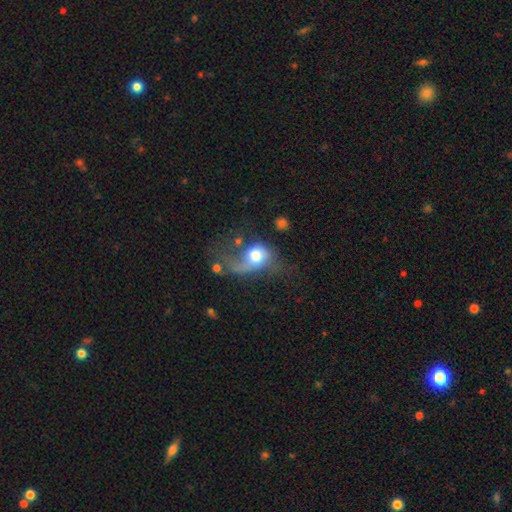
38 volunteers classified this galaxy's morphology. smooth-or-featured: smooth: 63% | featured or disk: 37% | star or artifact: 0%
  how-rounded: round: 67% | in between: 29% | cigar-shaped: 4%
  merging: major disturbance: 55% | none: 21% | minor disturbance: 16% | merger: 8%